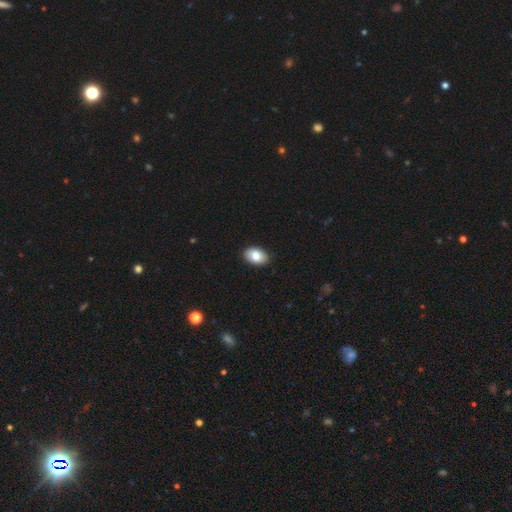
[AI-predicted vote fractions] smooth_or_featured: smooth (p=0.85) [alt: featured or disk p=0.08]
how_rounded: in between (p=0.90) [alt: round p=0.09]
merging: none (p=0.90) [alt: minor disturbance p=0.08]